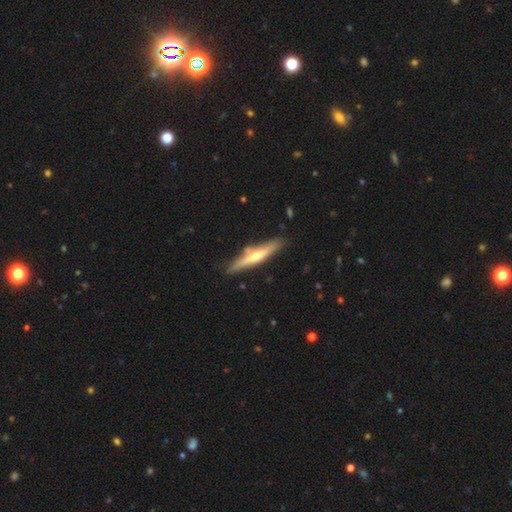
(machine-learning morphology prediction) This appears to be a featured or disk galaxy (61%) viewed edge-on (94%) with a rounded central bulge (85%). Merging: none (82%).